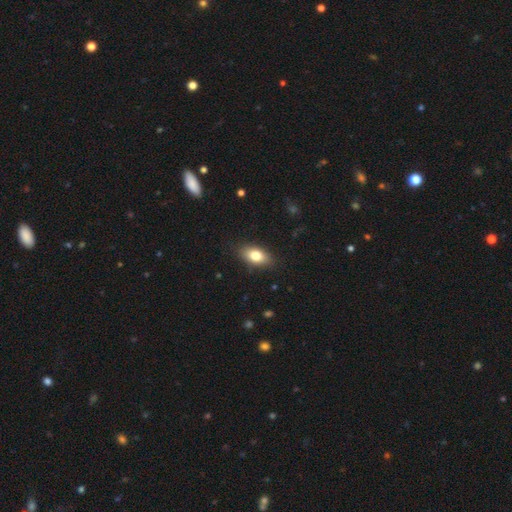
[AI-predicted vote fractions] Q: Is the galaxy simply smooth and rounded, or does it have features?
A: smooth — 79%.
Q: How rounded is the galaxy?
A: in between — 87%.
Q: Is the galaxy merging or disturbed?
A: none — 86%.